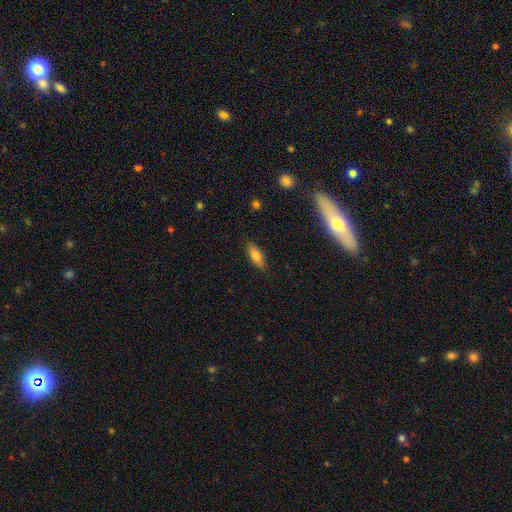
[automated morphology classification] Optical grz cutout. It shows a smooth galaxy with no disk features (73%) that is in between round and cigar-shaped (67%). Merging: none (85%).